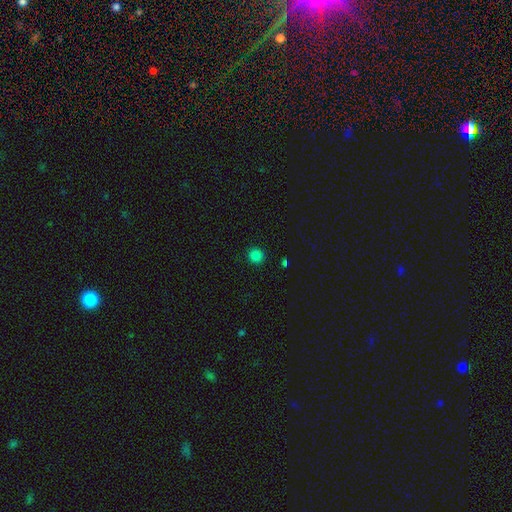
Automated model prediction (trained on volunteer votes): Morphology: type=smooth (84%); roundness=round (92%); merging=none (91%).